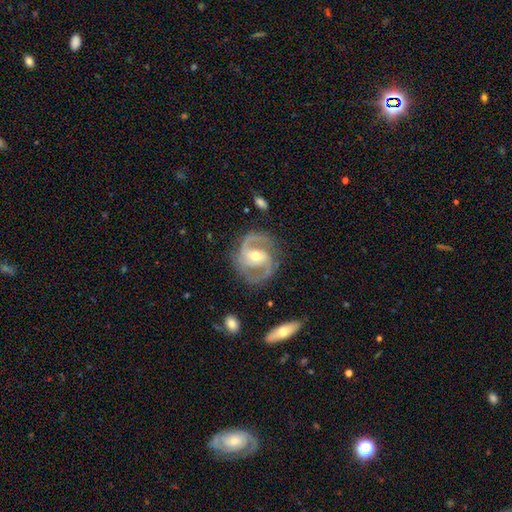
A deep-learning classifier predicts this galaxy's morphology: Smooth or featured? Predicted: featured or disk (p=0.91). Edge-on disk? Predicted: no (p=0.98). Bar? Predicted: weak (p=0.42). Spiral arms? Predicted: yes (p=0.98). Spiral winding? Predicted: medium (p=0.61). Spiral arm count? Predicted: 2 (p=0.88). Bulge size? Predicted: moderate (p=0.62). Merging? Predicted: none (p=0.79).